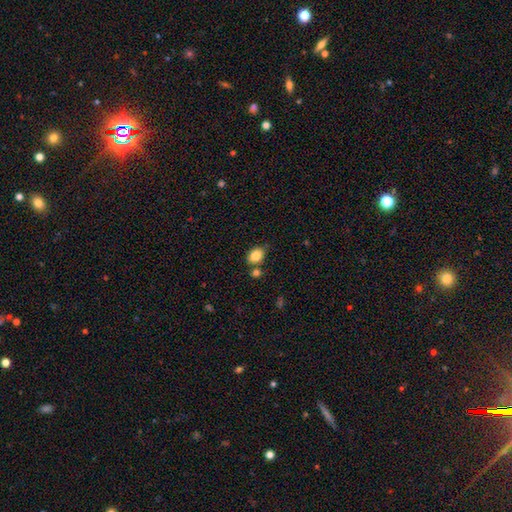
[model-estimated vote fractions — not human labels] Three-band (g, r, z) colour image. It shows a smooth galaxy with no disk features (85%) that is in between round and cigar-shaped (63%). Merging: none (69%).